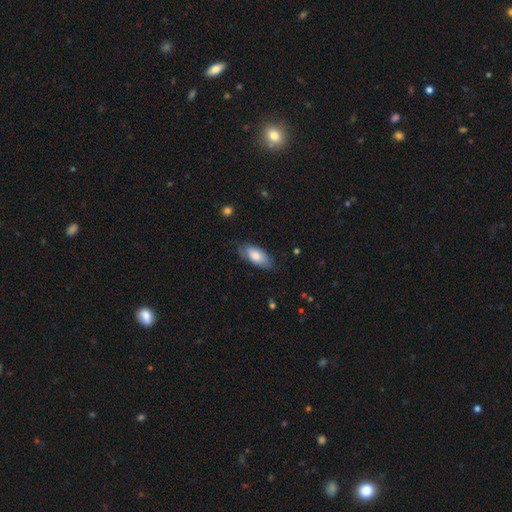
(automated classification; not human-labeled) smooth_or_featured: smooth (p=0.76) [alt: featured or disk p=0.18]
how_rounded: in between (p=0.88) [alt: cigar-shaped p=0.10]
merging: none (p=0.71) [alt: minor disturbance p=0.23]